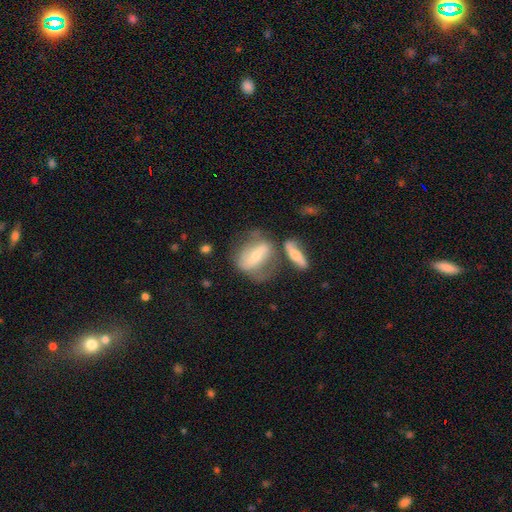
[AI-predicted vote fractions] smooth_or_featured: featured or disk (p=0.59) [alt: smooth p=0.34]
disk_edge_on: no (p=0.83) [alt: yes p=0.17]
merging: none (p=0.39) [alt: merger p=0.24]